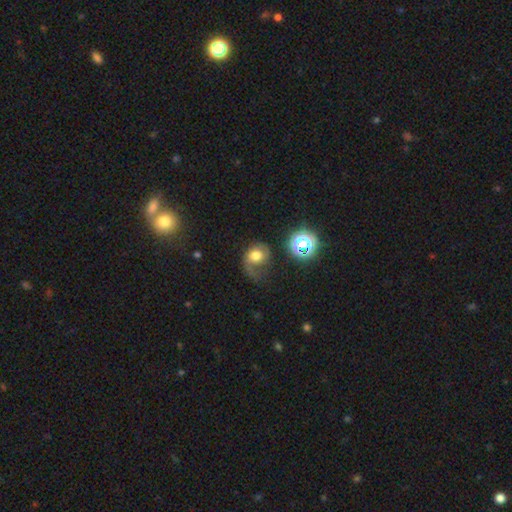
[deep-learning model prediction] A featured or disk galaxy (45%). Merging: major disturbance (40%).